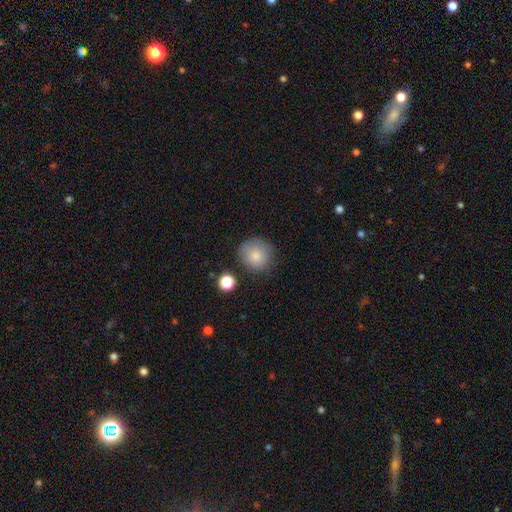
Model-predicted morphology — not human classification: A smooth galaxy with no disk features (82%) that is round (90%). Merging: none (77%).